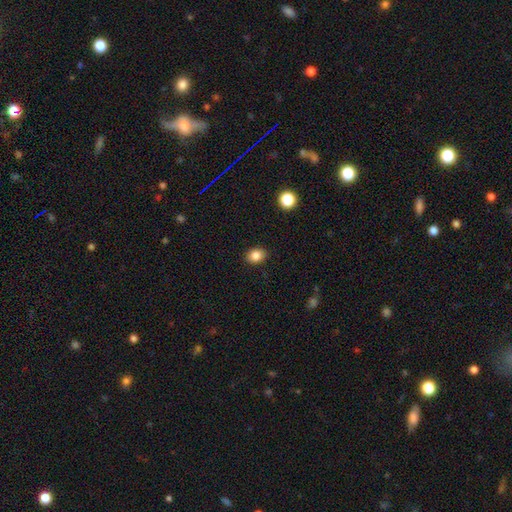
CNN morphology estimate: This is clearly a smooth galaxy (85%). How rounded: possibly in between (59%). Merging: clearly none (89%).